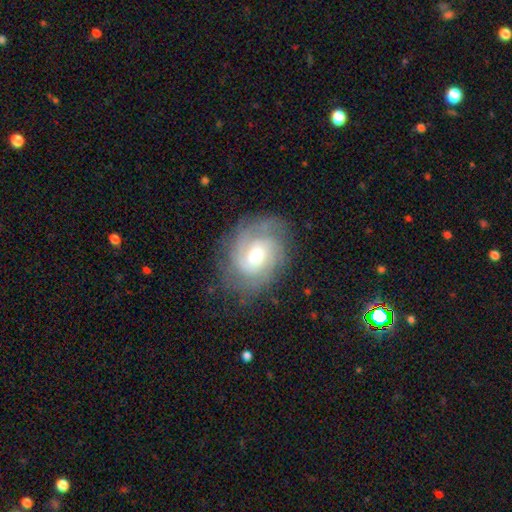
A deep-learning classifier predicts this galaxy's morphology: smooth_or_featured: featured or disk (p=0.82) [alt: smooth p=0.12]
disk_edge_on: no (p=0.97) [alt: yes p=0.03]
bar: no (p=0.57) [alt: weak p=0.37]
has_spiral_arms: yes (p=0.96) [alt: no p=0.04]
spiral_winding: tight (p=0.61) [alt: medium p=0.32]
spiral_arm_count: can't tell (p=0.28) [tied with: 2 p=0.28]
bulge_size: moderate (p=0.64) [alt: small p=0.24]
merging: none (p=0.76) [alt: minor disturbance p=0.16]